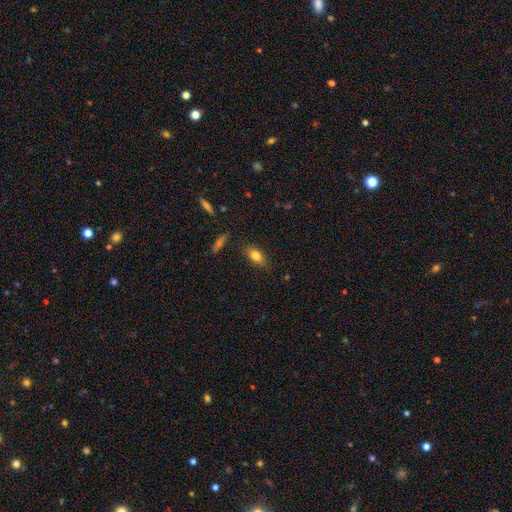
Overall: smooth (82%). How rounded: in between (90%). Merging: none (80%).